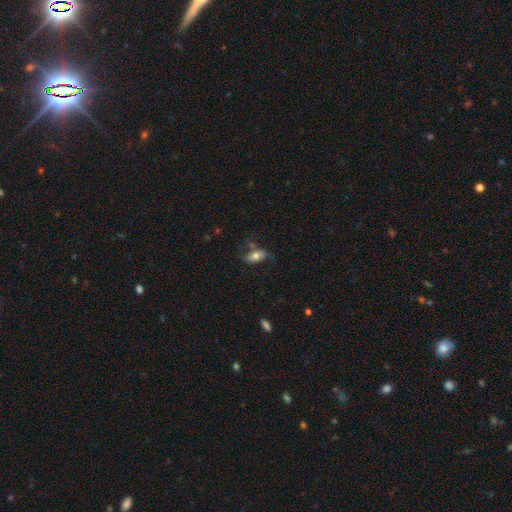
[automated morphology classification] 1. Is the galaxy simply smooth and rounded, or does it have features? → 55% smooth, 36% featured or disk, 9% star or artifact.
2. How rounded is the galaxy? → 86% in between, 7% round, 7% cigar-shaped.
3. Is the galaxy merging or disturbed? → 52% none, 25% minor disturbance, 16% major disturbance, 7% merger.